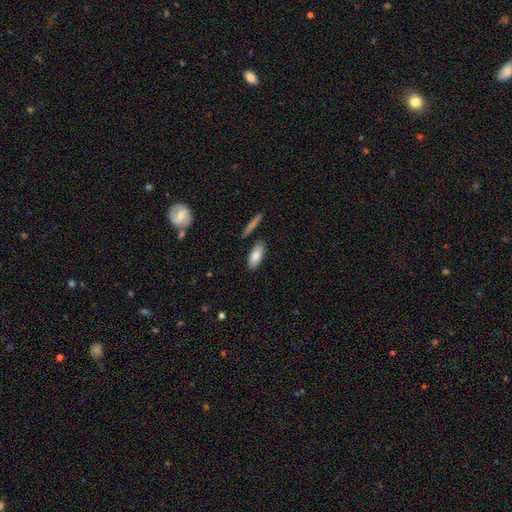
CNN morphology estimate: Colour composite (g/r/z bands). It shows a smooth galaxy with no disk features (82%) that is in between round and cigar-shaped (84%). Merging: none (83%).